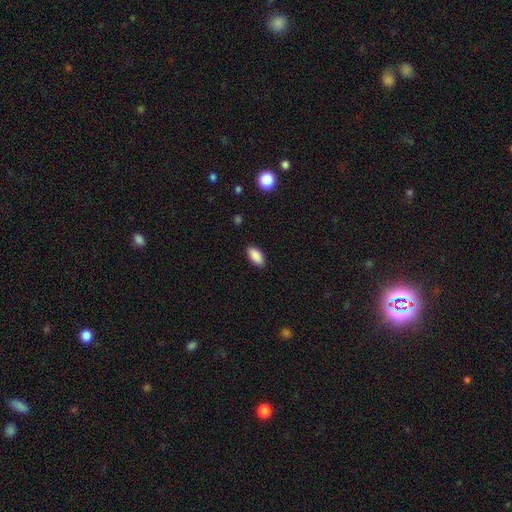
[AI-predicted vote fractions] Smooth or featured: smooth — 90% (star or artifact — 7%)
How rounded: in between — 93% (cigar-shaped — 4%)
Merging: none — 88% (minor disturbance — 8%)